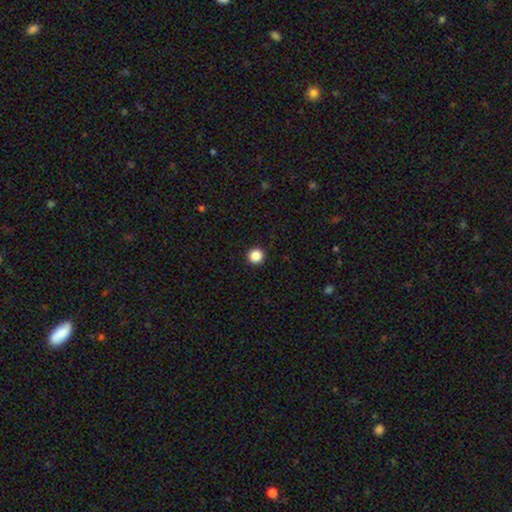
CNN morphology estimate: Smooth or featured? smooth (87%)
How rounded? round (96%)
Merging? none (94%)